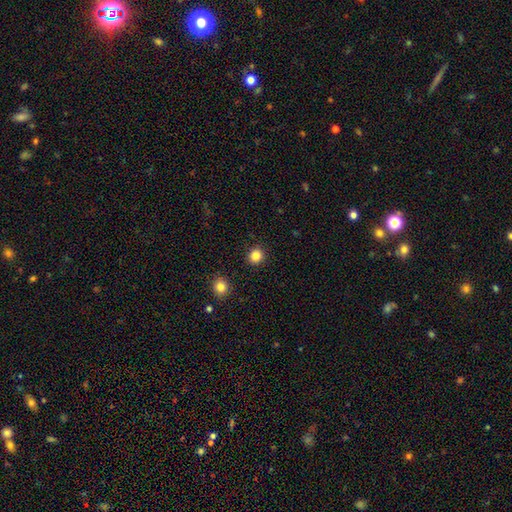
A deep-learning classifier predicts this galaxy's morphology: This appears to be a smooth galaxy with no disk features (85%) that is round (88%). Merging: none (91%).